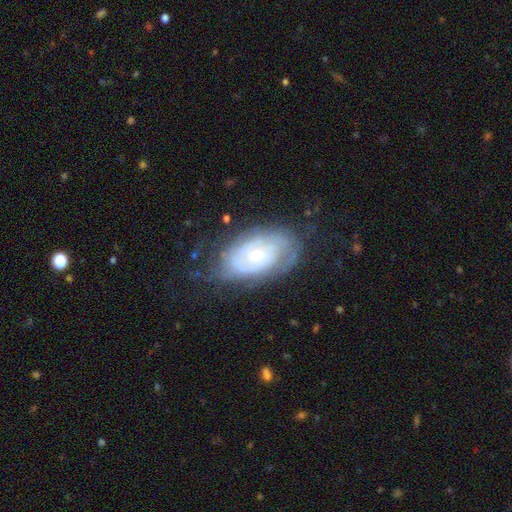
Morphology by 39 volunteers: type=featured or disk (90%); edge-on=no (97%); bar=no (76%); spiral arms=yes (79%); winding=tight (74%); arm count=can't tell (48%); bulge=small (47%); merging=none (74%).